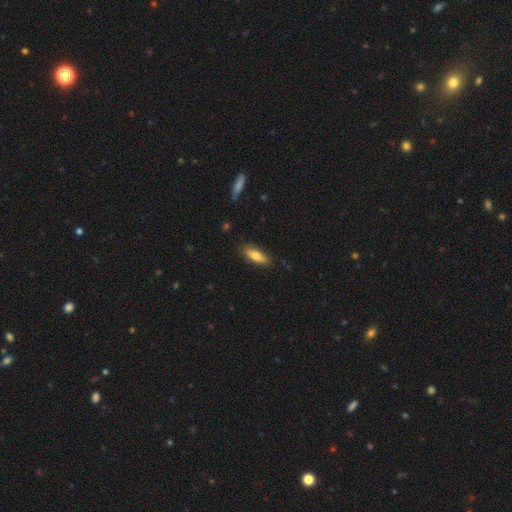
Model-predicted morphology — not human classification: This is likely a smooth galaxy (75%). How rounded: likely in between (63%). Merging: clearly none (84%).